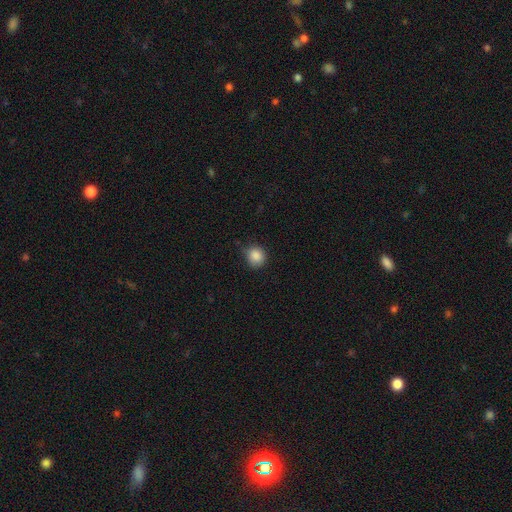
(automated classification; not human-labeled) Smooth or featured? smooth (86%)
How rounded? round (82%)
Merging? none (69%)